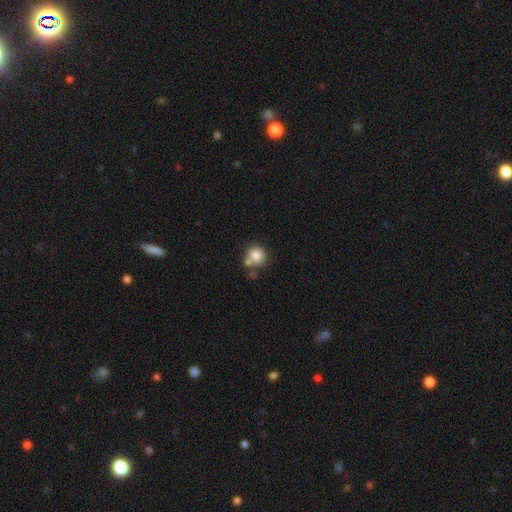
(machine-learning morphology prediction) Overall: smooth (81%). How rounded: round (89%). Merging: none (60%; merger 25%).